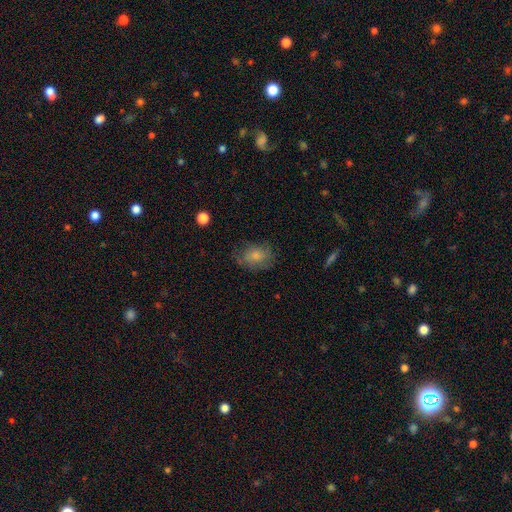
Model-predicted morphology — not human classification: Smooth or featured?
  - smooth: 75% *
  - featured or disk: 17%
  - star or artifact: 8%
How rounded?
  - in between: 65% *
  - round: 34%
  - cigar-shaped: 1%
Merging?
  - none: 64% *
  - minor disturbance: 25%
  - major disturbance: 10%
  - merger: 1%